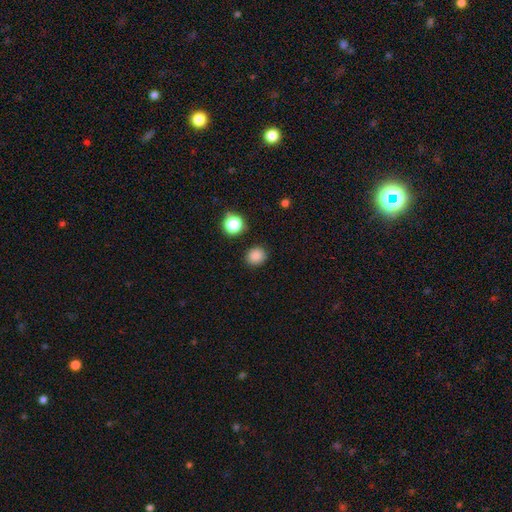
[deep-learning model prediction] A smooth galaxy with no disk features (84%) that is round (78%).

Vote fractions:
- Smooth or featured? smooth: 84% / star or artifact: 12% / featured or disk: 4%
- How rounded? round: 78% / in between: 21% / cigar-shaped: 1%
- Merging? none: 87% / minor disturbance: 8% / major disturbance: 3% / merger: 2%